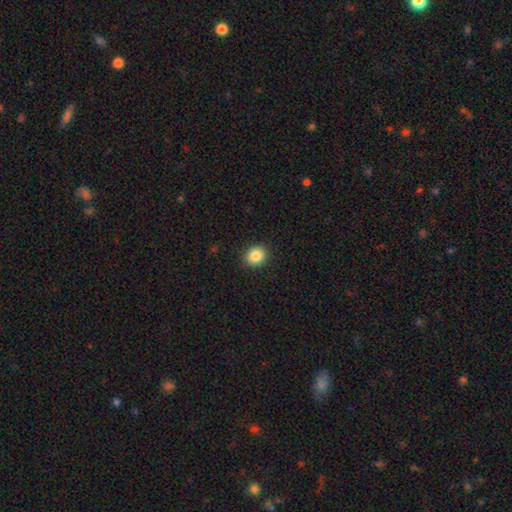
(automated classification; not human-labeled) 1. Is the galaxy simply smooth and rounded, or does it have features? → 86% smooth, 9% star or artifact, 5% featured or disk.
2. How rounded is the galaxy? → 69% round, 30% in between, 1% cigar-shaped.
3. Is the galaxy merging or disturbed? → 91% none, 6% minor disturbance, 2% major disturbance, 1% merger.